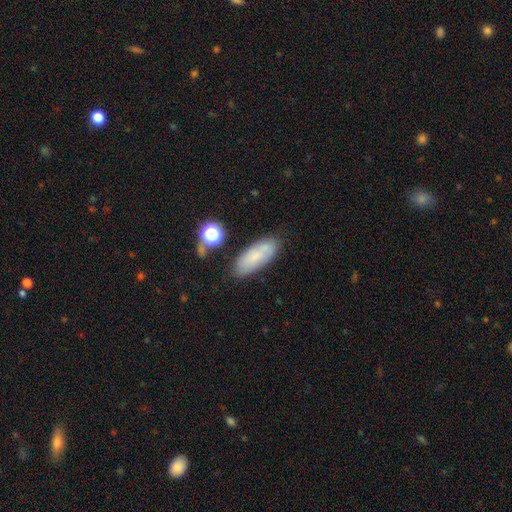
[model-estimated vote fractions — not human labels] Morphology: type=smooth (71%); roundness=in between (73%); merging=none (73%).